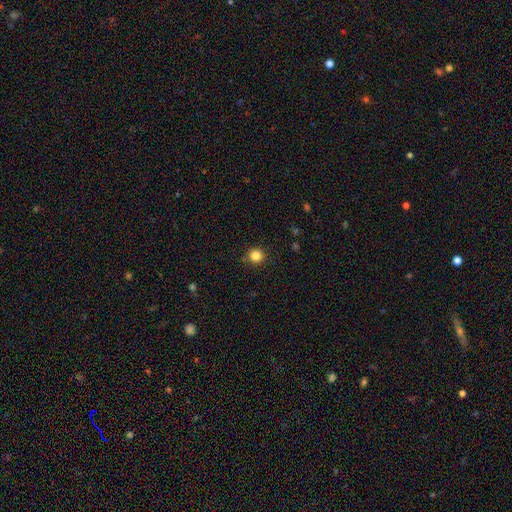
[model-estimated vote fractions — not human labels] This appears to be a smooth galaxy with no disk features (84%) that is round (93%). Merging: none (89%).